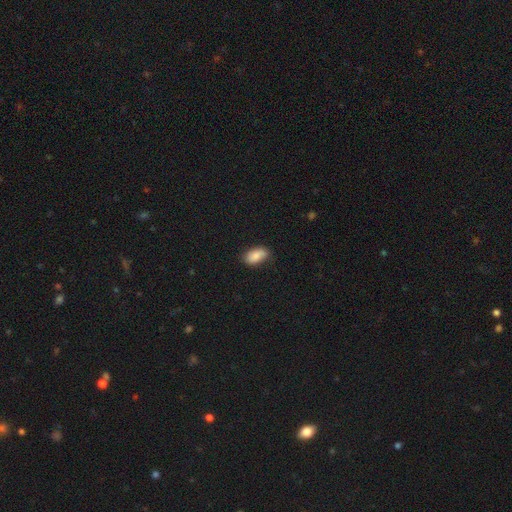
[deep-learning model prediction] The model was most divided on "merging": none: 73%, minor disturbance: 22%, major disturbance: 4%, merger: 1%. More confident: how rounded — in between (93%); smooth or featured — smooth (83%).